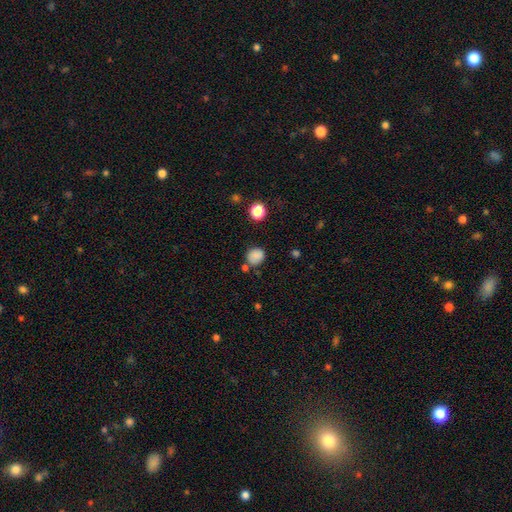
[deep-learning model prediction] smooth_or_featured: smooth (p=0.83) [alt: star or artifact p=0.11]
how_rounded: round (p=0.79) [alt: in between p=0.20]
merging: none (p=0.71) [alt: minor disturbance p=0.16]